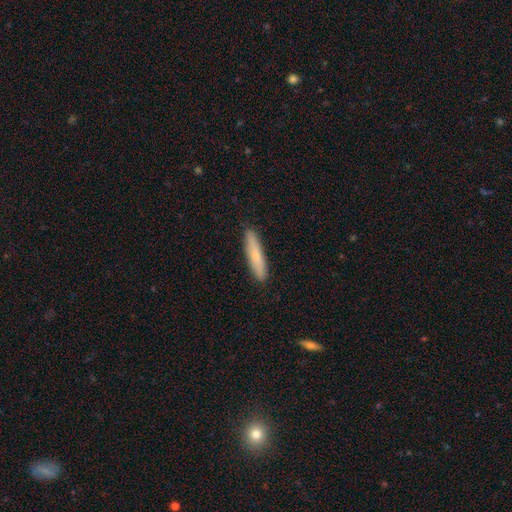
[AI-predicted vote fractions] A smooth galaxy with no disk features (74%) that is cigar-shaped (87%). Merging: none (90%).